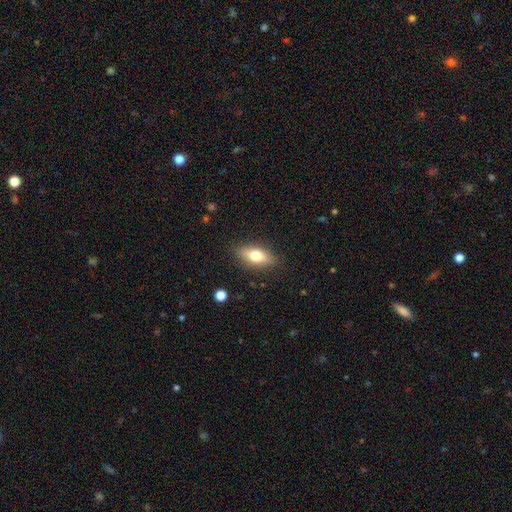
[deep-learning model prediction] Overall: smooth (66%). How rounded: in between (76%). Merging: none (85%).